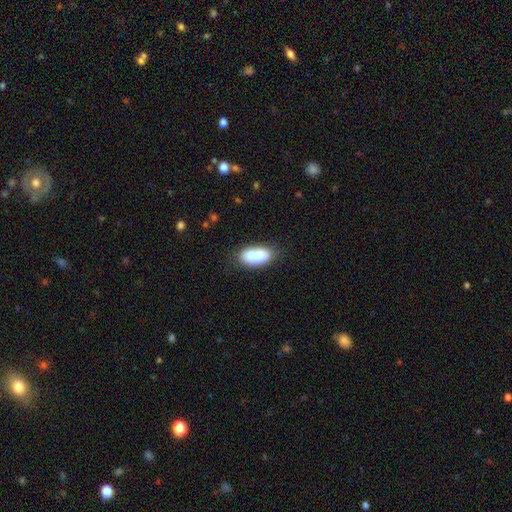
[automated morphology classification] smooth-or-featured: smooth: 74% | featured or disk: 19% | star or artifact: 7%
  how-rounded: in between: 91% | round: 5% | cigar-shaped: 4%
  merging: none: 57% | merger: 19% | minor disturbance: 18% | major disturbance: 6%